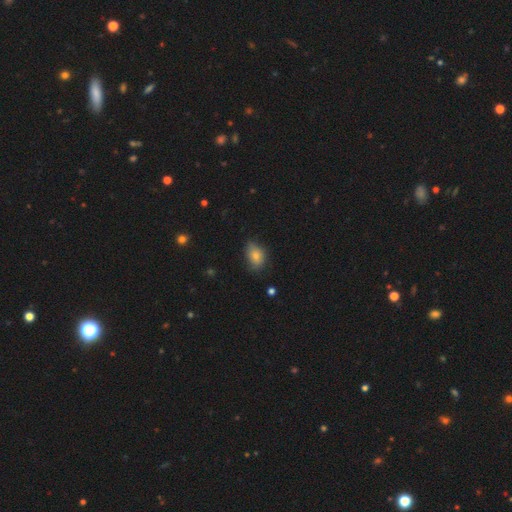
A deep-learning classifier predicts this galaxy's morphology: smooth 78%, featured or disk 13%, star or artifact 9%. Down the decision tree: how rounded — in between (80%); merging — none (63%).